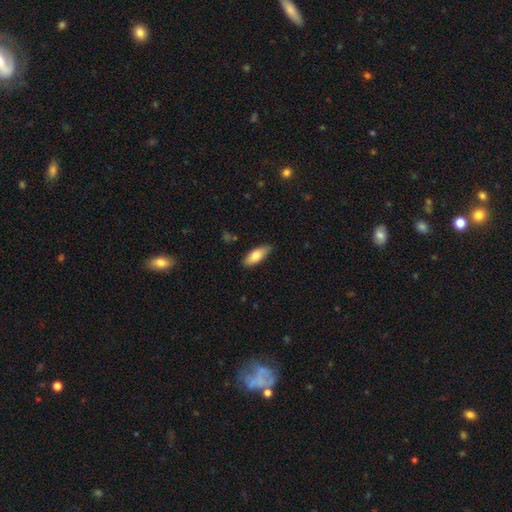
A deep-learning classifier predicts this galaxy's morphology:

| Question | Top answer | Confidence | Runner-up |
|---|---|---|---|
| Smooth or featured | smooth | 78% | featured or disk (16%) |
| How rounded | in between | 75% | cigar-shaped (23%) |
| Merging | none | 79% | minor disturbance (17%) |